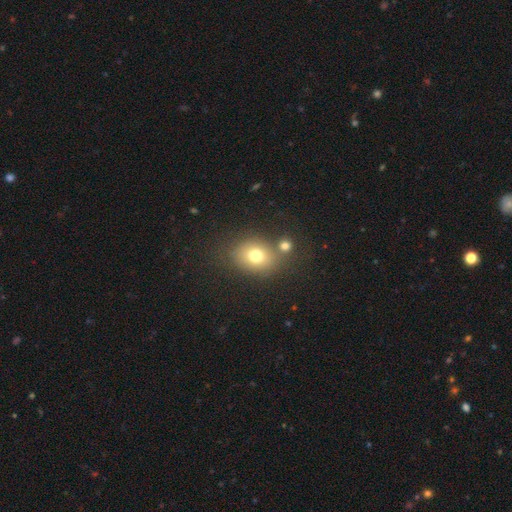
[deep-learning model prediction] A smooth galaxy with no disk features (73%) that is round (55%).

Vote fractions:
- Smooth or featured? smooth: 73% / star or artifact: 14% / featured or disk: 13%
- How rounded? round: 55% / in between: 44% / cigar-shaped: 1%
- Merging? none: 64% / merger: 19% / minor disturbance: 12% / major disturbance: 5%